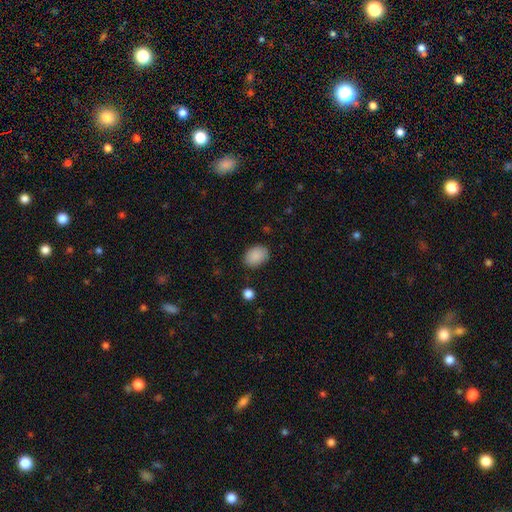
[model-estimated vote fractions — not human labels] smooth_or_featured: smooth (p=0.89) [alt: star or artifact p=0.07]
how_rounded: in between (p=0.73) [alt: round p=0.26]
merging: none (p=0.84) [alt: minor disturbance p=0.12]